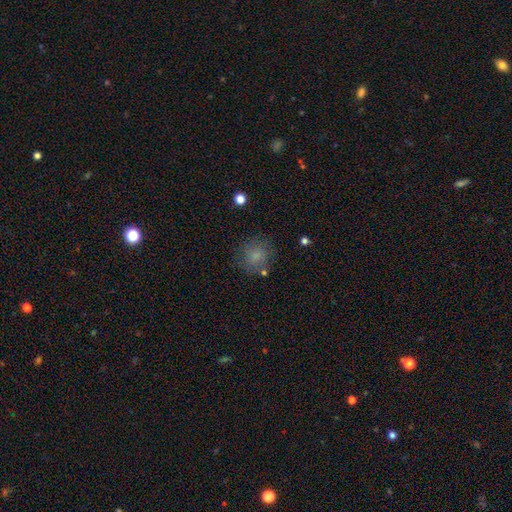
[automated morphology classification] smooth-or-featured: smooth: 79% | star or artifact: 10% | featured or disk: 10%
  how-rounded: round: 85% | in between: 14% | cigar-shaped: 1%
  merging: none: 76% | minor disturbance: 15% | major disturbance: 6% | merger: 4%